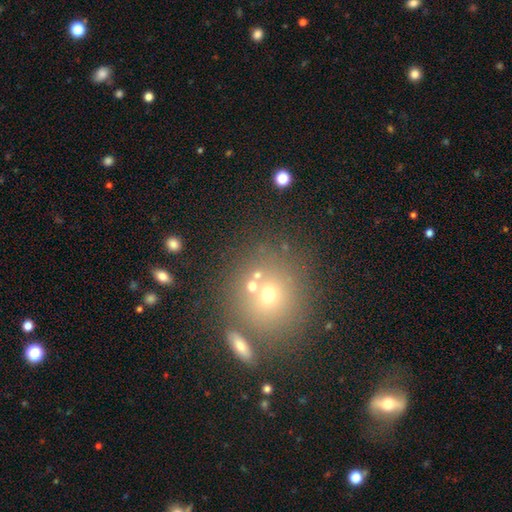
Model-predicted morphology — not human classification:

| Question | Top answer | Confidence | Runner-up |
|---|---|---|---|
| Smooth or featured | smooth | 47% | star or artifact (37%) |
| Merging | none | 65% | merger (22%) |